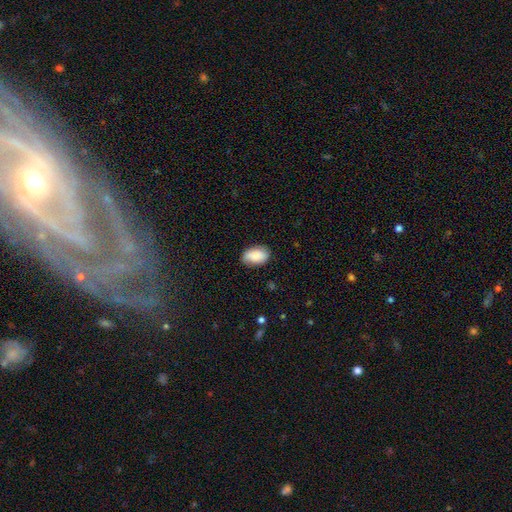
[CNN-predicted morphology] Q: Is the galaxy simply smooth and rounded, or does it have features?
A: smooth — 84%.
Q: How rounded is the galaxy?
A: in between — 92%.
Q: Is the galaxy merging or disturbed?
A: none — 78%.